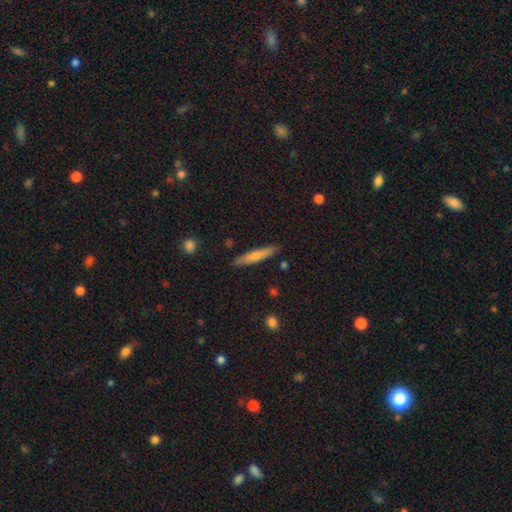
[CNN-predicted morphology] Smooth or featured? Predicted: smooth (p=0.69). How rounded? Predicted: cigar-shaped (p=0.91). Merging? Predicted: none (p=0.88).